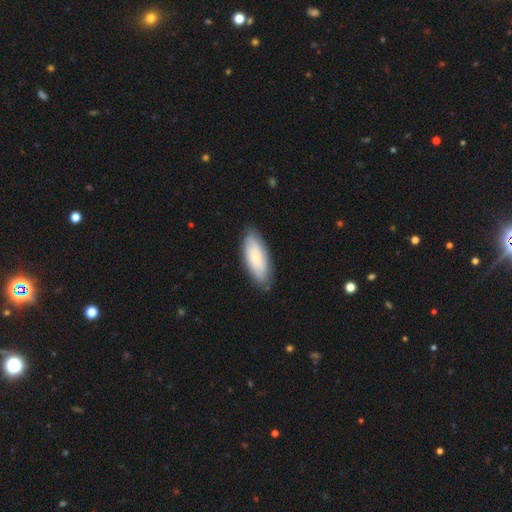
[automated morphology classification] Smooth or featured: smooth — 71% (featured or disk — 23%)
How rounded: in between — 78% (cigar-shaped — 21%)
Merging: none — 81% (minor disturbance — 15%)